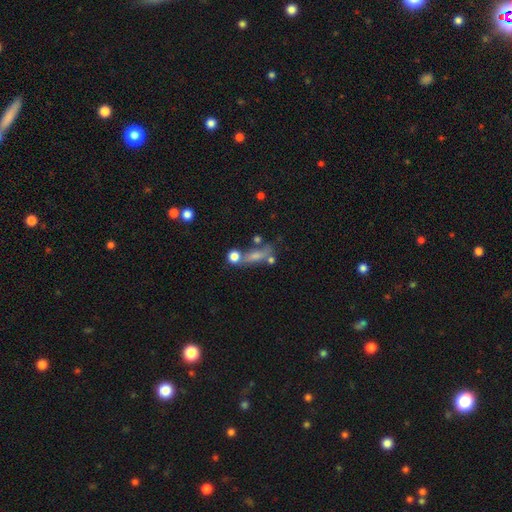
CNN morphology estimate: A smooth galaxy with no disk features (55%) that is in between round and cigar-shaped (43%, tied with cigar-shaped). Merging: none (42%).